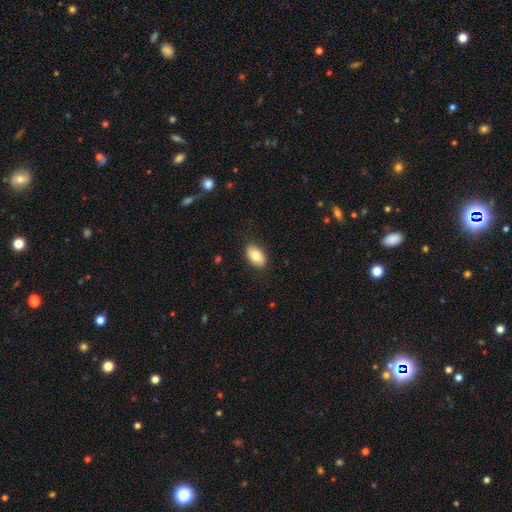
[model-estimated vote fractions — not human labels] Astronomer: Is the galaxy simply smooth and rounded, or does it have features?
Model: smooth — 80%.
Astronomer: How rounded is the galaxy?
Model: in between — 90%.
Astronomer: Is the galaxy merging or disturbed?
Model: none — 86%.